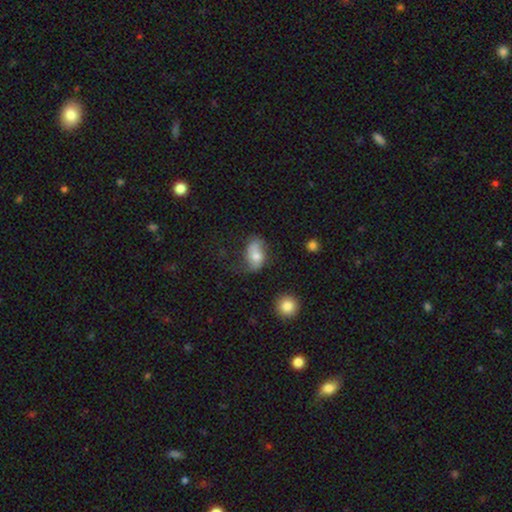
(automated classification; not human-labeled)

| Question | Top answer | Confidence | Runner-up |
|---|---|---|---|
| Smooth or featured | smooth | 57% | featured or disk (33%) |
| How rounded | in between | 82% | round (16%) |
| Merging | none | 45% | minor disturbance (30%) |